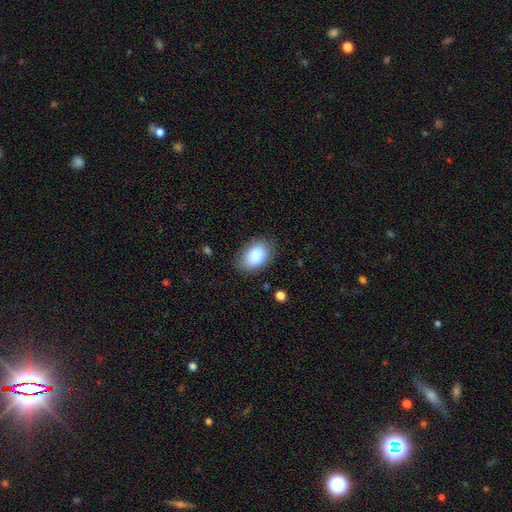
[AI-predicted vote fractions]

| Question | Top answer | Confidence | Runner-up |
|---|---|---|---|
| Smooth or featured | smooth | 88% | star or artifact (7%) |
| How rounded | in between | 86% | round (13%) |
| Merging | none | 81% | minor disturbance (13%) |